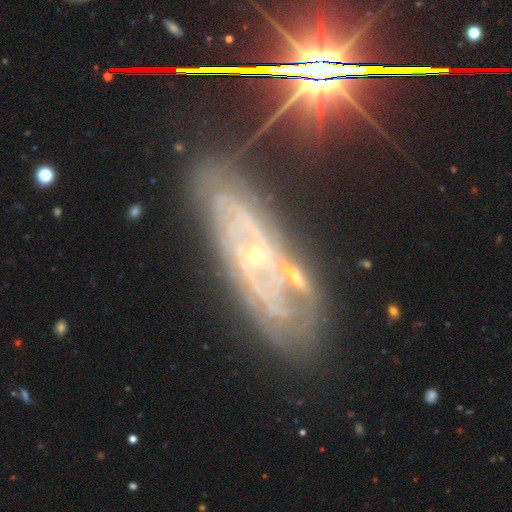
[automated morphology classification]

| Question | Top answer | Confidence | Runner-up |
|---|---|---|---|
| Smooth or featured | featured or disk | 78% | star or artifact (14%) |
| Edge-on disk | no | 83% | yes (17%) |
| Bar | no | 65% | weak (25%) |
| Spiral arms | yes | 89% | no (11%) |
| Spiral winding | tight | 64% | medium (28%) |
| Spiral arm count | can't tell | 50% | 2 (21%) |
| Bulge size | small | 80% | moderate (16%) |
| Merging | none | 71% | minor disturbance (18%) |